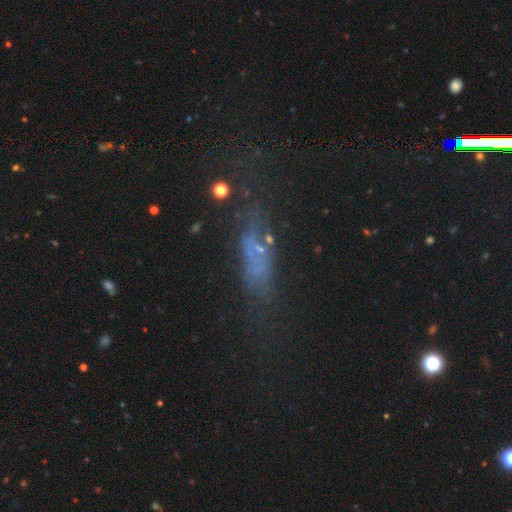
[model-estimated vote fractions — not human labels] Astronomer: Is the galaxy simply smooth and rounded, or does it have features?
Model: smooth — 38% (runner-up: featured or disk, 35%).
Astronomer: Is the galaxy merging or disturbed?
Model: none — 48%.